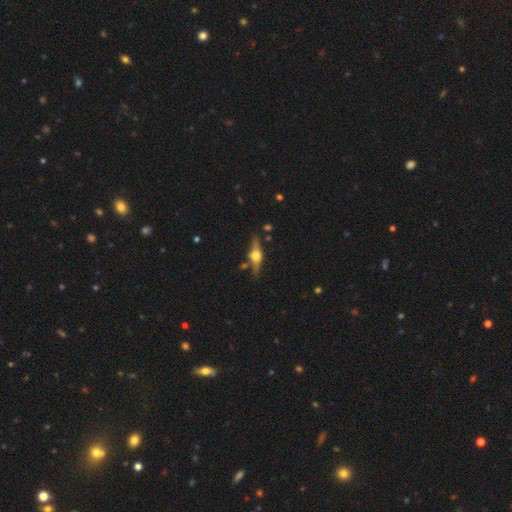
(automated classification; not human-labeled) Morphology: type=featured or disk (74%); edge-on=yes (96%); edge-on bulge=rounded (95%); merging=none (83%).